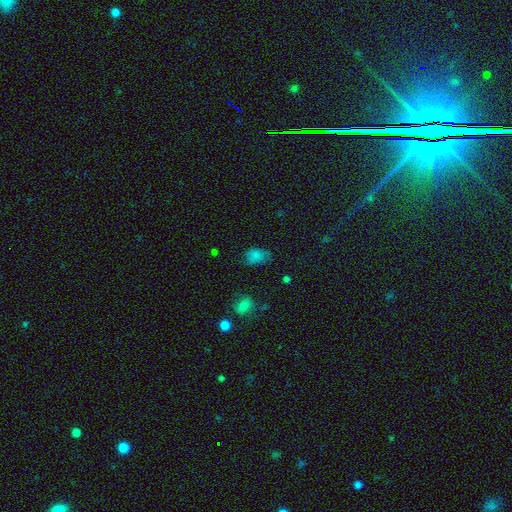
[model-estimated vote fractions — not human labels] Morphology: type=smooth (77%); roundness=in between (84%); merging=none (58%).